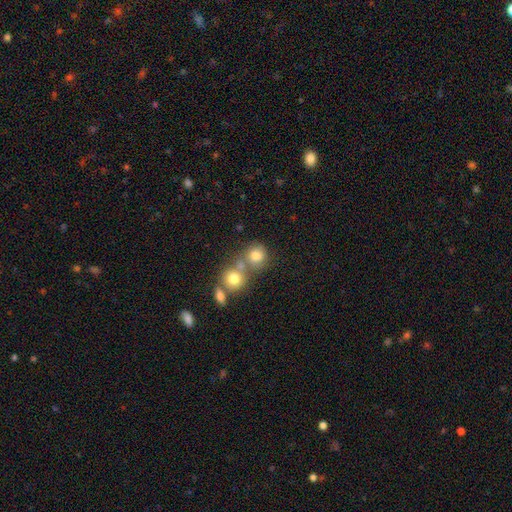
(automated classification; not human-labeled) Smooth or featured? Predicted: smooth (p=0.76). How rounded? Predicted: round (p=0.83). Merging? Predicted: none (p=0.47).